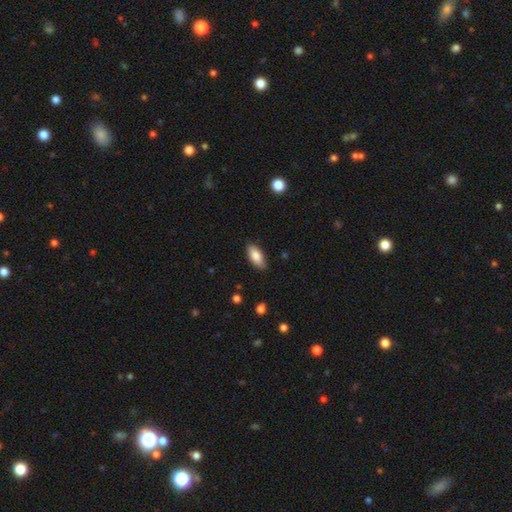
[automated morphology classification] A smooth galaxy with no disk features (84%) that is in between round and cigar-shaped (88%).

Vote fractions:
- Smooth or featured? smooth: 84% / featured or disk: 9% / star or artifact: 6%
- How rounded? in between: 88% / cigar-shaped: 10% / round: 2%
- Merging? none: 86% / minor disturbance: 11% / major disturbance: 2% / merger: 1%